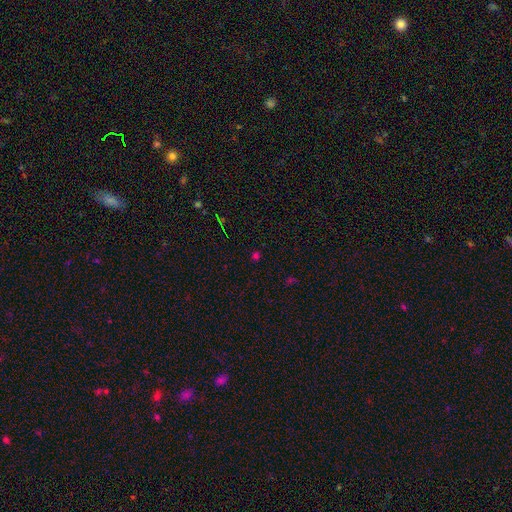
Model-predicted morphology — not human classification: smooth-or-featured: star or artifact: 48% | smooth: 46% | featured or disk: 6%